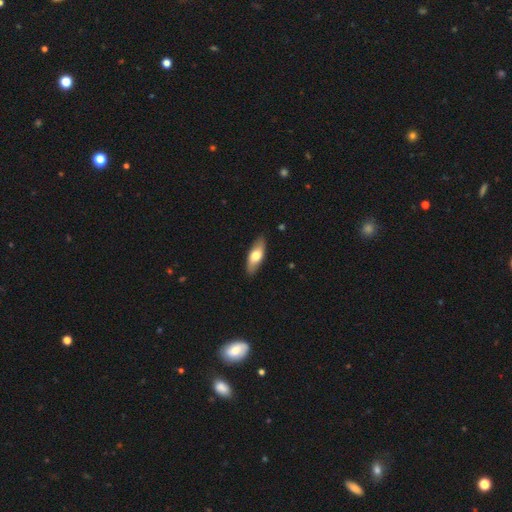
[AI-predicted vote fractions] Overall: smooth (61%; featured or disk 34%). How rounded: in between (67%; cigar-shaped 30%). Merging: none (86%).